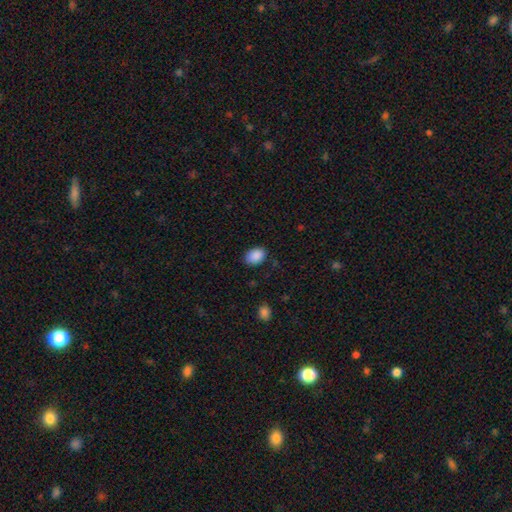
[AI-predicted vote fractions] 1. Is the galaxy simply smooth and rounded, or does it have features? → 89% smooth, 8% star or artifact, 3% featured or disk.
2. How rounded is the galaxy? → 76% in between, 23% round, 1% cigar-shaped.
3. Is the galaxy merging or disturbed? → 84% none, 12% minor disturbance, 3% major disturbance, 1% merger.